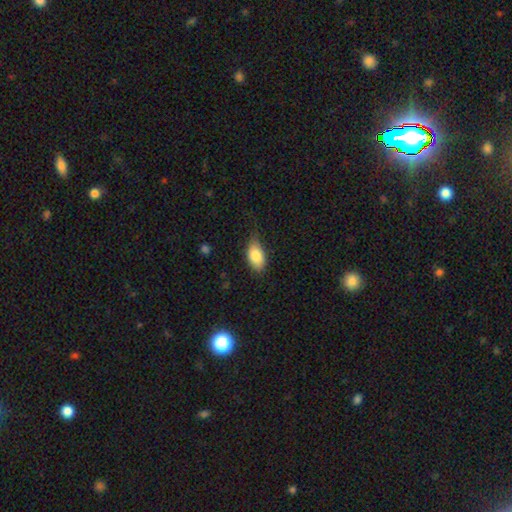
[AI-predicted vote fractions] Q: Smooth or featured?
A: smooth (83%); runner-up: featured or disk (10%)
Q: How rounded?
A: in between (92%); runner-up: round (5%)
Q: Merging?
A: none (58%); runner-up: minor disturbance (32%)